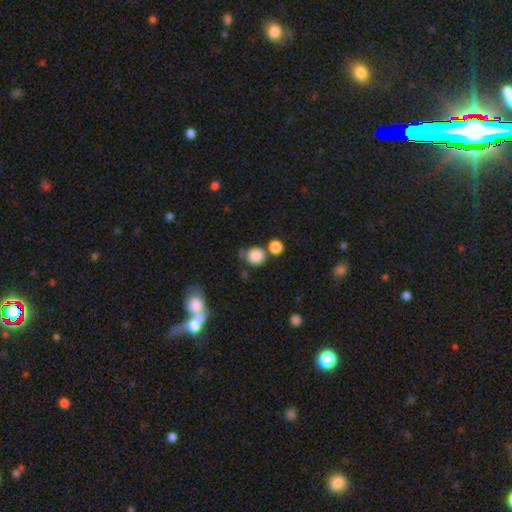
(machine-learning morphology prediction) Smooth or featured? Predicted: smooth (p=0.85). How rounded? Predicted: round (p=0.90). Merging? Predicted: none (p=0.66).